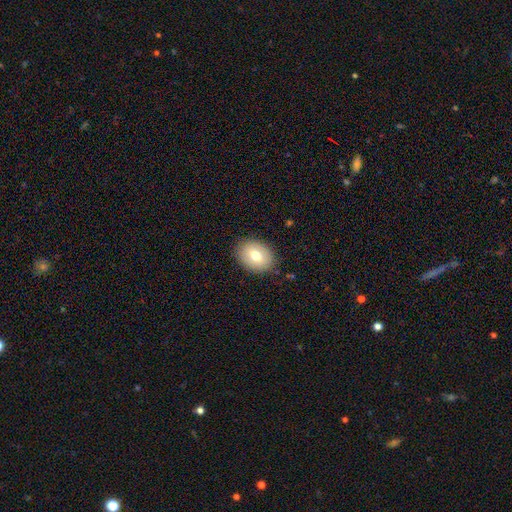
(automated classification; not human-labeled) Smooth or featured: smooth — 70% (featured or disk — 22%)
How rounded: in between — 64% (round — 35%)
Merging: none — 86% (minor disturbance — 10%)